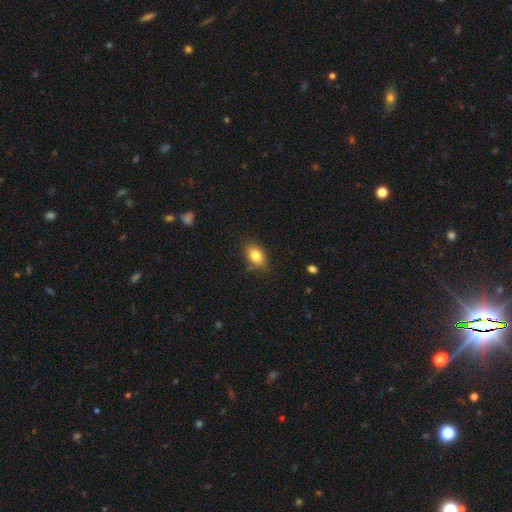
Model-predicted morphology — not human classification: Smooth or featured?
  - smooth: 82% *
  - featured or disk: 9%
  - star or artifact: 9%
How rounded?
  - in between: 82% *
  - round: 16%
  - cigar-shaped: 2%
Merging?
  - none: 81% *
  - minor disturbance: 14%
  - major disturbance: 3%
  - merger: 2%